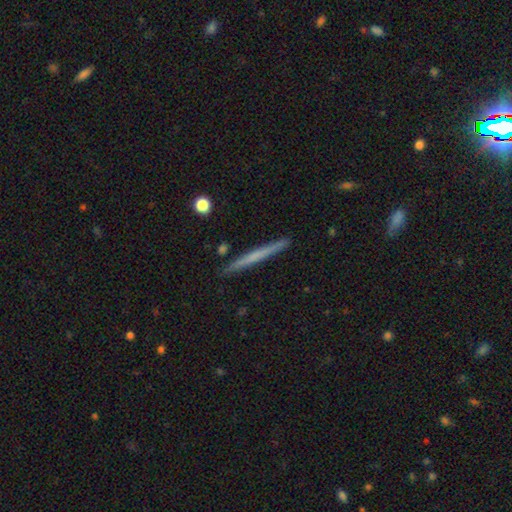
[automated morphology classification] A featured or disk galaxy (48%). Merging: none (92%).